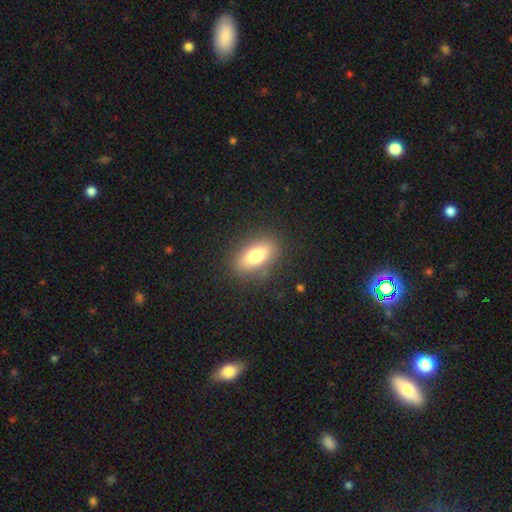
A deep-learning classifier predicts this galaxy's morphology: This is likely a smooth galaxy (75%). How rounded: clearly in between (81%). Merging: clearly none (85%).